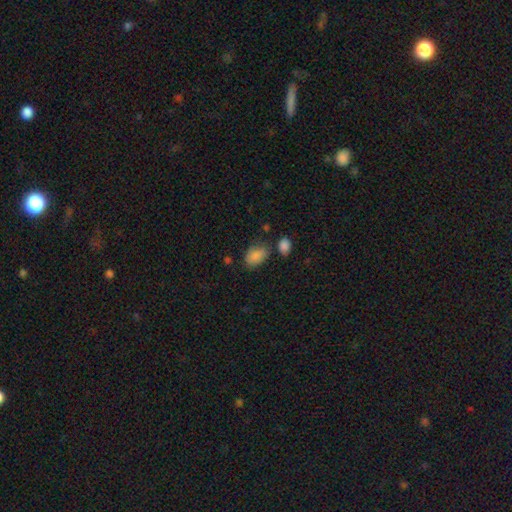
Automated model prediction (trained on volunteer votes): smooth_or_featured: smooth (p=0.86) [alt: star or artifact p=0.08]
how_rounded: in between (p=0.86) [alt: round p=0.13]
merging: none (p=0.64) [alt: minor disturbance p=0.22]